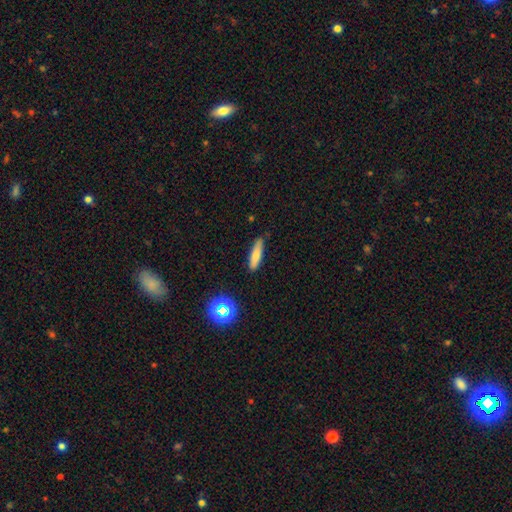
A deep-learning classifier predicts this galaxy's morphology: type=smooth (75%); roundness=cigar-shaped (71%); merging=none (84%).